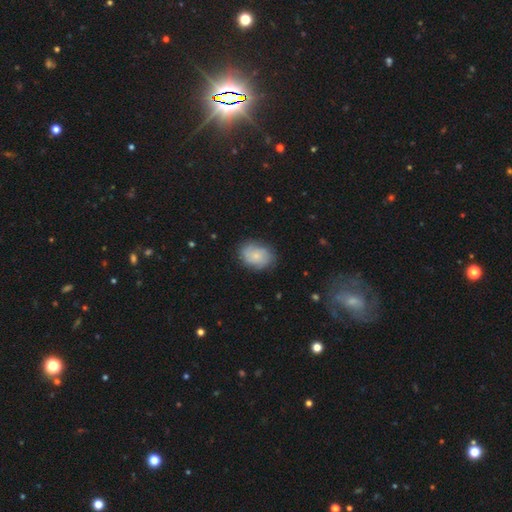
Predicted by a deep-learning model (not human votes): A smooth galaxy with no disk features (51%) that is in between round and cigar-shaped (64%).

Vote fractions:
- Smooth or featured? smooth: 51% / featured or disk: 41% / star or artifact: 8%
- How rounded? in between: 64% / round: 35% / cigar-shaped: 1%
- Merging? none: 77% / minor disturbance: 17% / major disturbance: 5% / merger: 1%